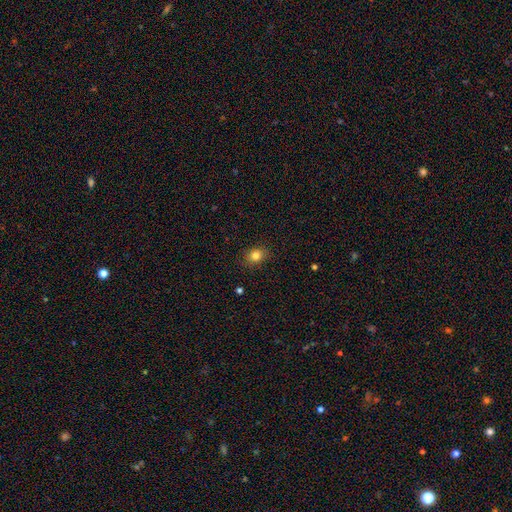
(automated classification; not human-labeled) Overall: smooth (81%). How rounded: in between (50%; round 49%). Merging: none (88%).